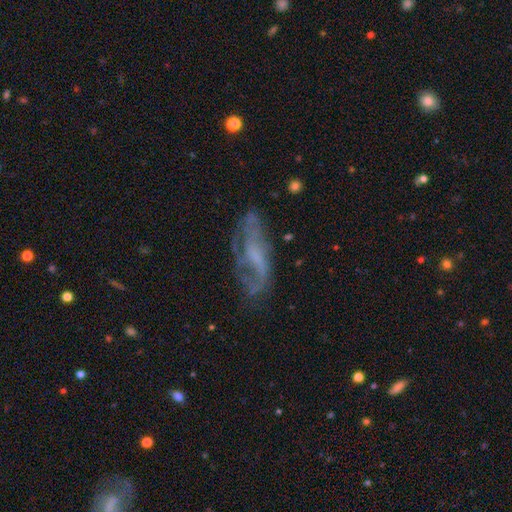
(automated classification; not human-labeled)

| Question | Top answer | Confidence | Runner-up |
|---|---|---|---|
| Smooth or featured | featured or disk | 69% | smooth (22%) |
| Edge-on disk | no | 87% | yes (13%) |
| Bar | no | 51% | weak (36%) |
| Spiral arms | yes | 76% | no (24%) |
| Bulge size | none | 45% | small (30%) |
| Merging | none | 54% | minor disturbance (23%) |